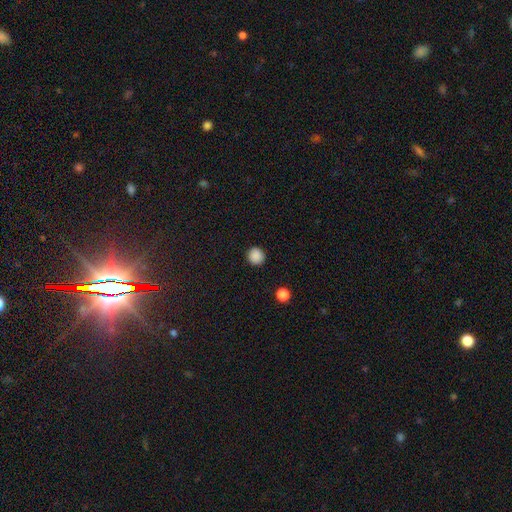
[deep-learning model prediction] Smooth or featured: smooth — 88% (star or artifact — 10%)
How rounded: round — 94% (in between — 5%)
Merging: none — 92% (minor disturbance — 5%)